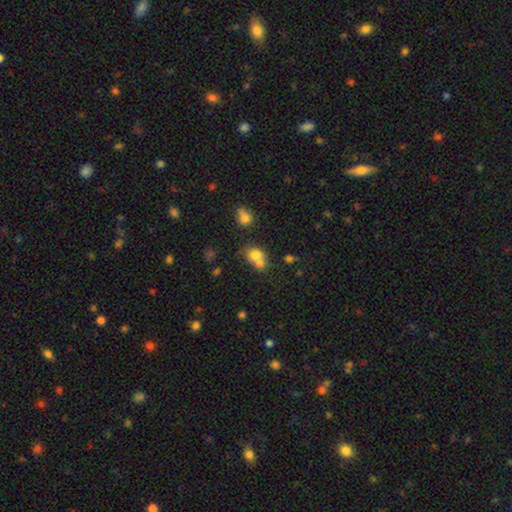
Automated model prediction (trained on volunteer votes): Q: Smooth or featured?
A: smooth (73%); runner-up: featured or disk (14%)
Q: How rounded?
A: round (58%); runner-up: in between (41%)
Q: Merging?
A: merger (55%); runner-up: none (30%)